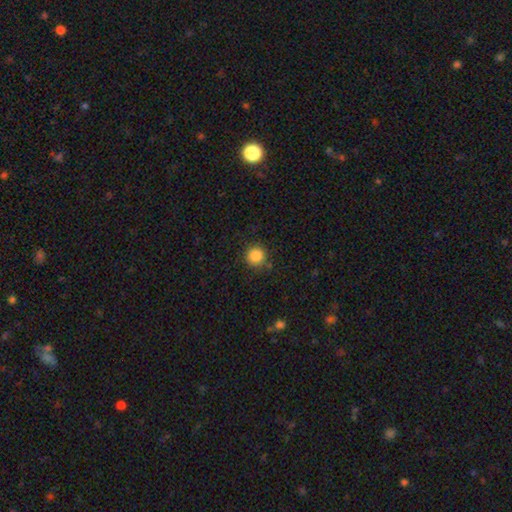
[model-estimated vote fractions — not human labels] smooth-or-featured: smooth: 86% | star or artifact: 10% | featured or disk: 4%
  how-rounded: round: 94% | in between: 5% | cigar-shaped: 1%
  merging: none: 87% | minor disturbance: 9% | major disturbance: 3% | merger: 2%